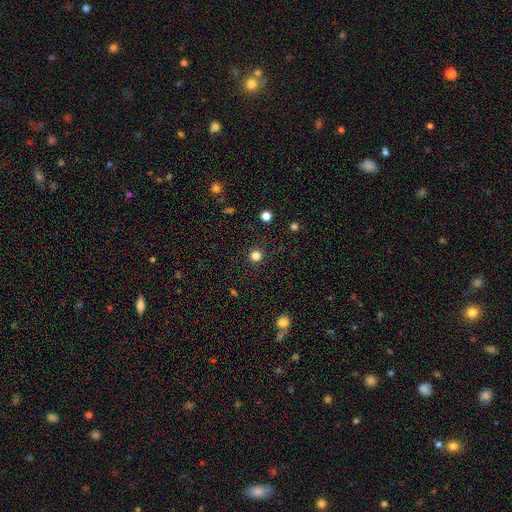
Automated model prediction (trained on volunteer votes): Smooth or featured: smooth — 80% (star or artifact — 15%)
How rounded: round — 96% (in between — 3%)
Merging: none — 92% (minor disturbance — 5%)